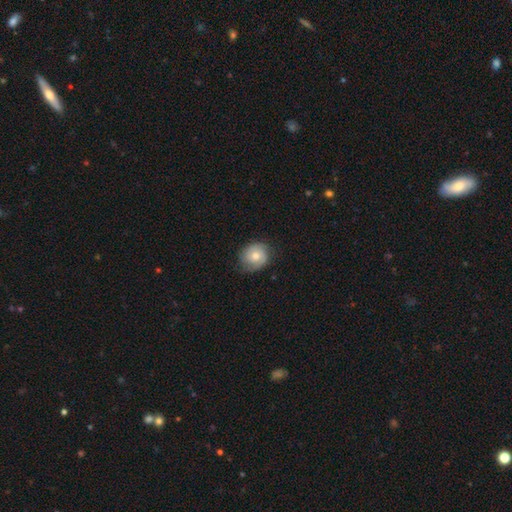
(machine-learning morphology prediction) smooth 58%, featured or disk 34%, star or artifact 7%. Down the decision tree: how rounded — round (78%); merging — none (72%).